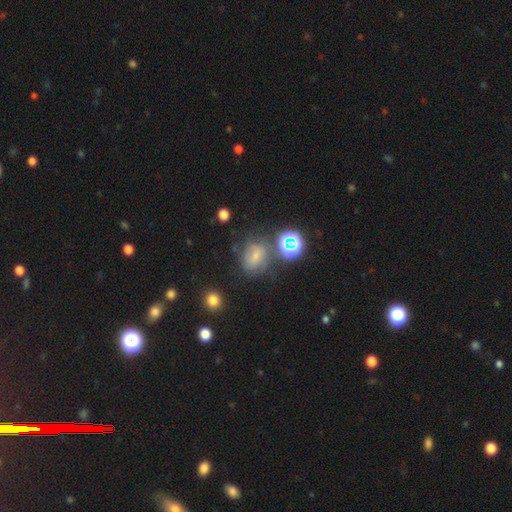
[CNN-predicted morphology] A smooth galaxy with no disk features (48%). Merging: none (55%).